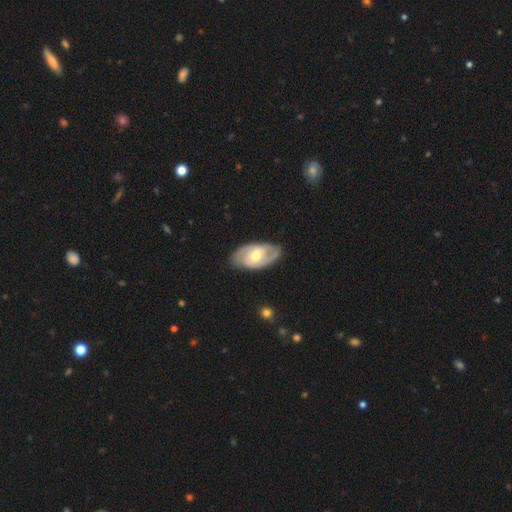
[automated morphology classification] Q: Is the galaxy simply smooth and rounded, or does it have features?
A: featured or disk — 70%.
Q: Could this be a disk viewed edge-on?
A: no — 93%.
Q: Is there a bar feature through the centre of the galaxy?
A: no — 50%.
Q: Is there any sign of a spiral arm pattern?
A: yes — 80%.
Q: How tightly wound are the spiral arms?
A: tight — 47%.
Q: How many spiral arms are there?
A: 2 — 72%.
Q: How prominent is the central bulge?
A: moderate — 72%.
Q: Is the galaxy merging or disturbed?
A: none — 80%.